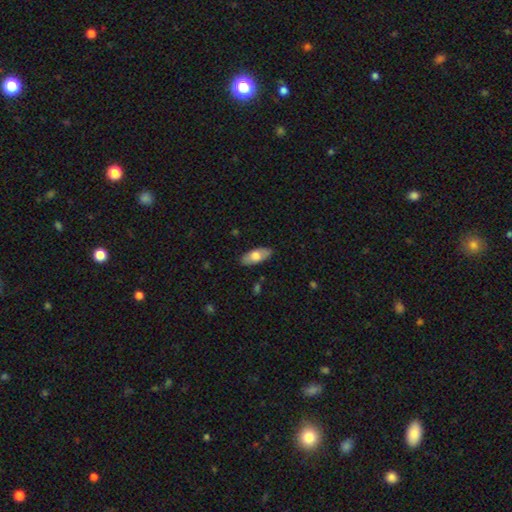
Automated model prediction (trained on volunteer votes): Smooth or featured? Predicted: smooth (p=0.67). How rounded? Predicted: in between (p=0.87). Merging? Predicted: none (p=0.85).